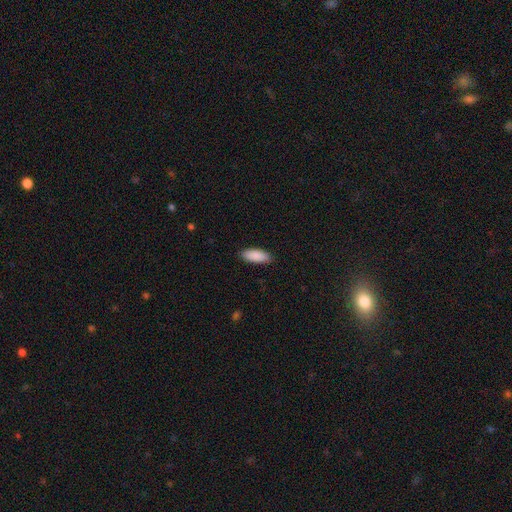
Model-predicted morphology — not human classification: Q: Smooth or featured?
A: smooth (90%); runner-up: star or artifact (6%)
Q: How rounded?
A: in between (80%); runner-up: cigar-shaped (18%)
Q: Merging?
A: none (89%); runner-up: minor disturbance (8%)